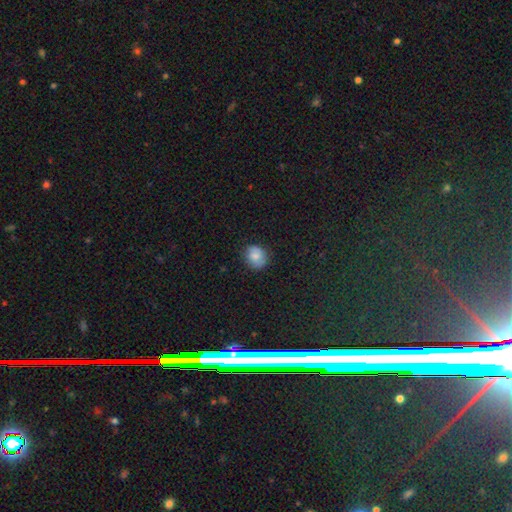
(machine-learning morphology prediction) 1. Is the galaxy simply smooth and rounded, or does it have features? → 75% smooth, 15% featured or disk, 10% star or artifact.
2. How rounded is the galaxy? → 70% round, 29% in between, 1% cigar-shaped.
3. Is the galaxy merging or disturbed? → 77% none, 18% minor disturbance, 4% major disturbance, 1% merger.